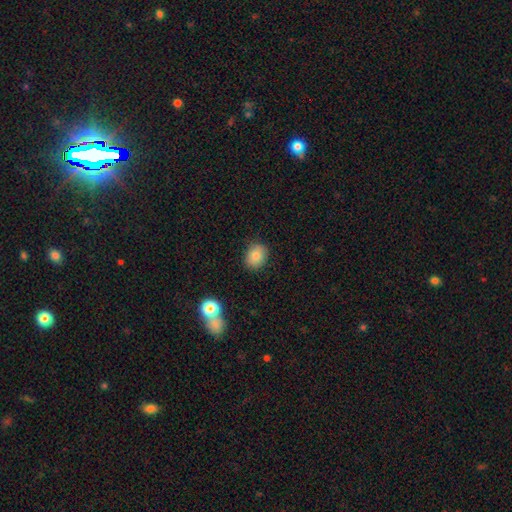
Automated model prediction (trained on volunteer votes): Smooth or featured?
  - smooth: 81% *
  - star or artifact: 10%
  - featured or disk: 9%
How rounded?
  - round: 55% *
  - in between: 44%
  - cigar-shaped: 1%
Merging?
  - none: 86% *
  - minor disturbance: 10%
  - major disturbance: 2%
  - merger: 2%